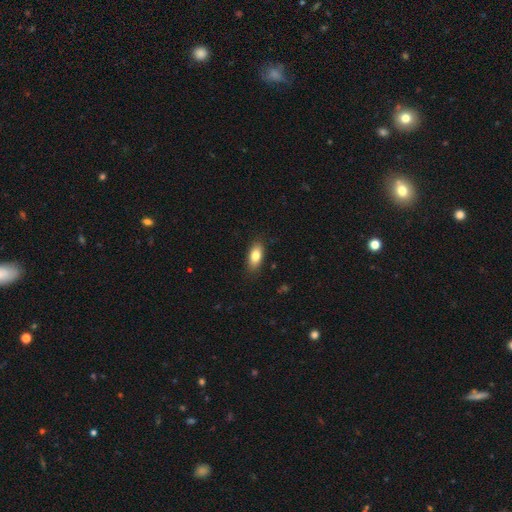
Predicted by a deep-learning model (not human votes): Smooth or featured: smooth — 82% (featured or disk — 11%)
How rounded: in between — 86% (cigar-shaped — 10%)
Merging: none — 86% (minor disturbance — 11%)